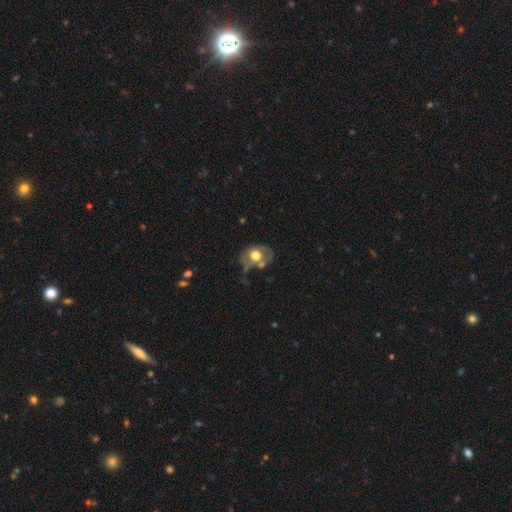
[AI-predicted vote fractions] Smooth or featured? Predicted: smooth (p=0.48). Merging? Predicted: none (p=0.47).